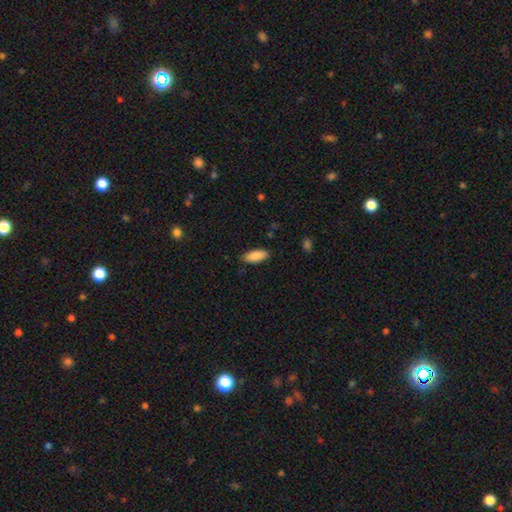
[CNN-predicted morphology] This appears to be a smooth galaxy with no disk features (88%) that is in between round and cigar-shaped (83%). Merging: none (85%).